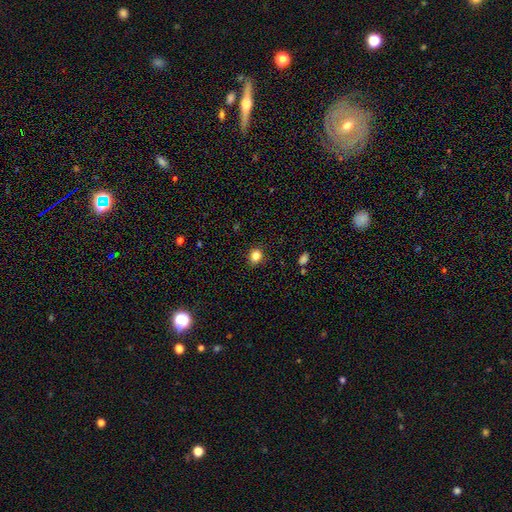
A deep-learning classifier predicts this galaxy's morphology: Q: Smooth or featured?
A: smooth (83%); runner-up: star or artifact (12%)
Q: How rounded?
A: round (68%); runner-up: in between (31%)
Q: Merging?
A: none (88%); runner-up: minor disturbance (8%)